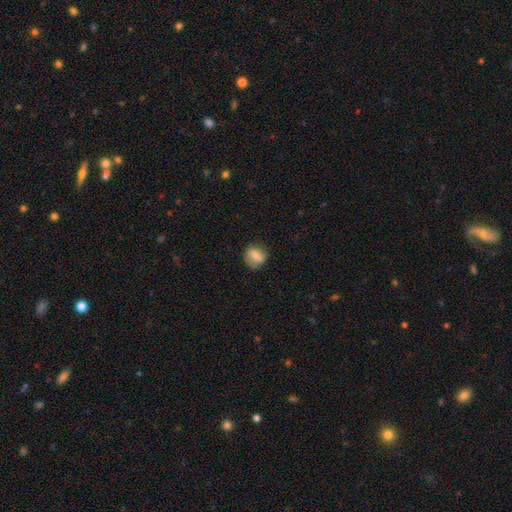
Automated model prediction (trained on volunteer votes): Morphology: type=smooth (67%); roundness=round (68%); merging=none (74%).